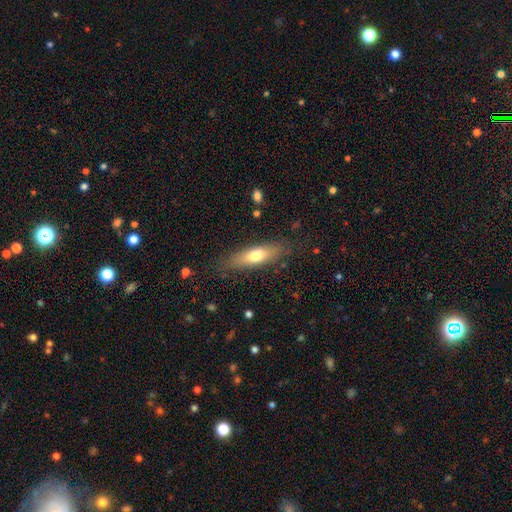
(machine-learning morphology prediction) Overall: smooth (64%; featured or disk 29%). How rounded: cigar-shaped (55%; in between 43%). Merging: none (83%).